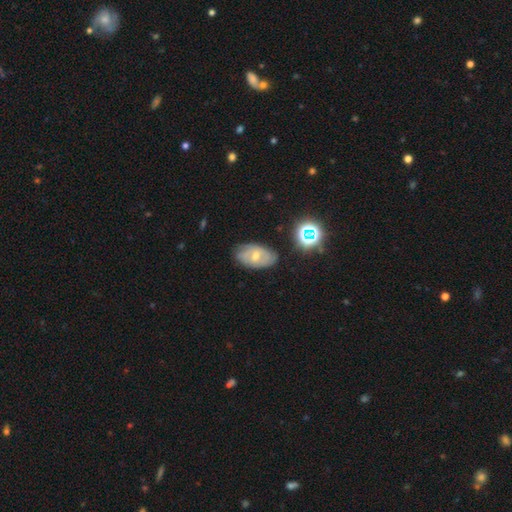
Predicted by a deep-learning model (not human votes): smooth_or_featured: featured or disk (p=0.56) [alt: smooth p=0.32]
disk_edge_on: no (p=0.93) [alt: yes p=0.07]
bar: no (p=0.50) [alt: weak p=0.41]
has_spiral_arms: yes (p=0.66) [alt: no p=0.34]
bulge_size: moderate (p=0.57) [alt: small p=0.39]
merging: none (p=0.71) [alt: minor disturbance p=0.22]